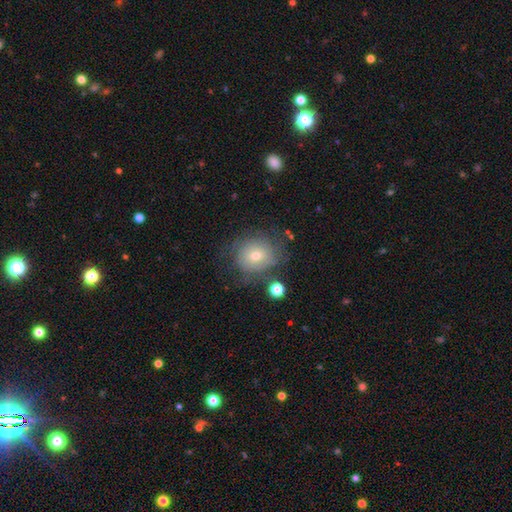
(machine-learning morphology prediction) Overall: smooth (57%; featured or disk 31%). How rounded: round (80%). Merging: none (65%).